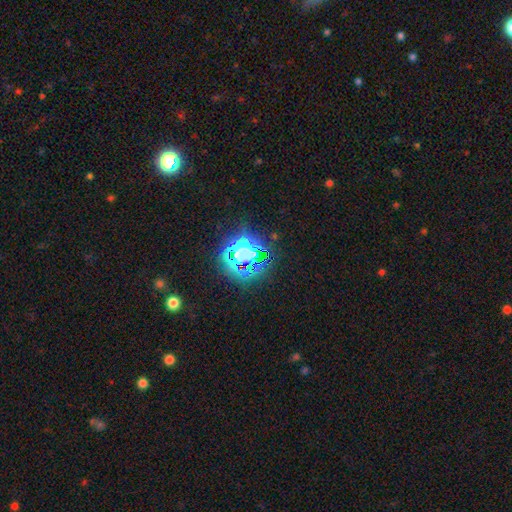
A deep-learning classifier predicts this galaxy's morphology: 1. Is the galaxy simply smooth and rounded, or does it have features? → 70% star or artifact, 20% smooth, 10% featured or disk.